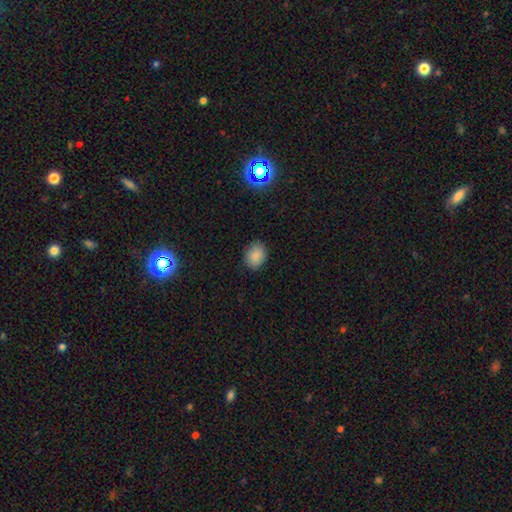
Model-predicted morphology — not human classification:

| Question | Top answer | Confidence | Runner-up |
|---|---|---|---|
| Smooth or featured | smooth | 86% | star or artifact (9%) |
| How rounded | in between | 50% | round (49%) |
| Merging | none | 84% | minor disturbance (12%) |